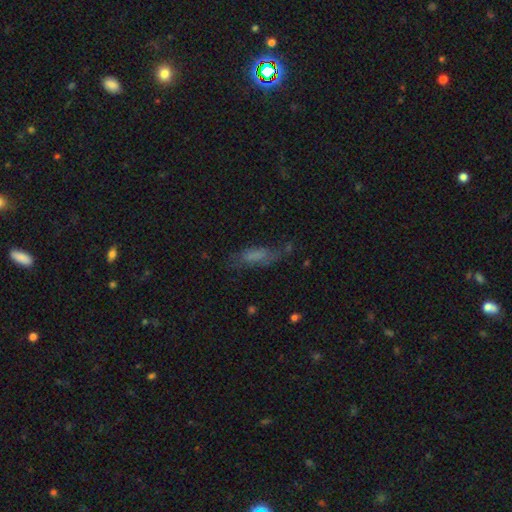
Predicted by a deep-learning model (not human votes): smooth 61%, featured or disk 26%, star or artifact 13%. Down the decision tree: how rounded — cigar-shaped (51%); merging — none (54%).